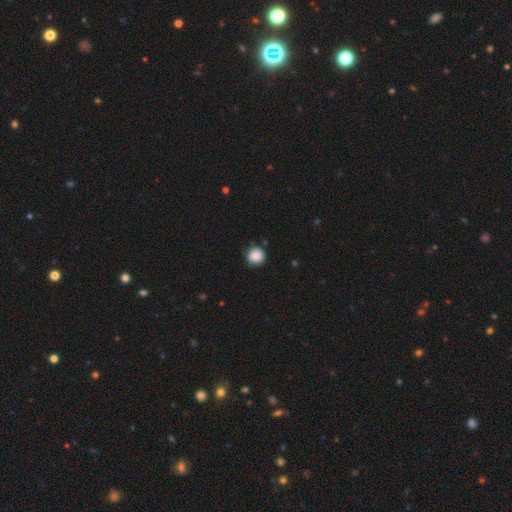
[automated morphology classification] Smooth or featured: smooth — 87% (star or artifact — 9%)
How rounded: round — 93% (in between — 7%)
Merging: none — 82% (minor disturbance — 13%)